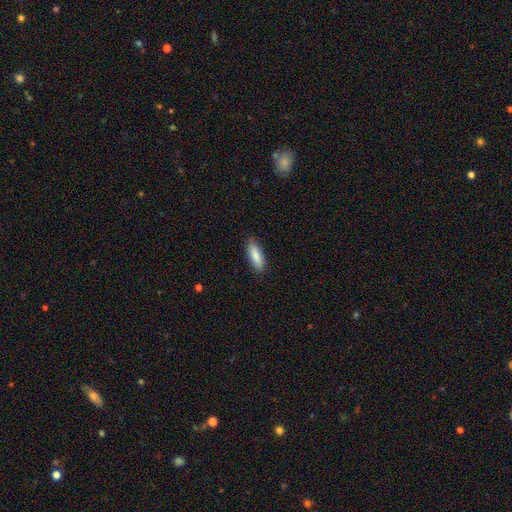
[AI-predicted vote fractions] Overall: smooth (84%). How rounded: in between (60%; cigar-shaped 38%). Merging: none (86%).